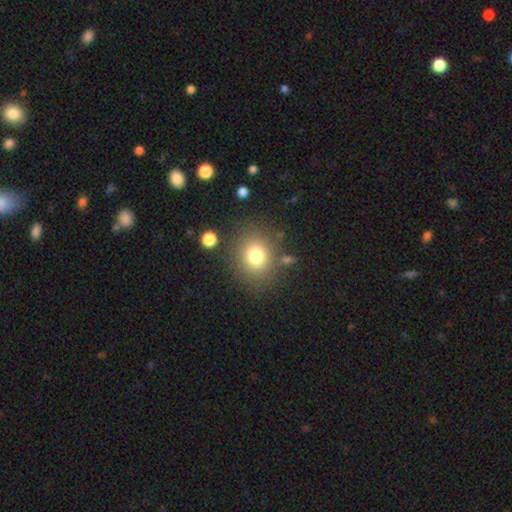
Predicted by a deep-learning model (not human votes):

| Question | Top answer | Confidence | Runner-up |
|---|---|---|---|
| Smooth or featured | smooth | 78% | star or artifact (12%) |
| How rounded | round | 77% | in between (22%) |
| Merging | none | 80% | minor disturbance (10%) |